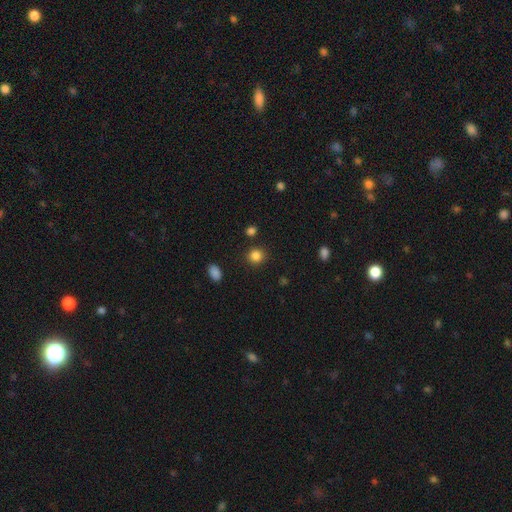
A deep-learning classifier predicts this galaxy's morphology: Smooth or featured? Predicted: smooth (p=0.84). How rounded? Predicted: round (p=0.86). Merging? Predicted: none (p=0.88).